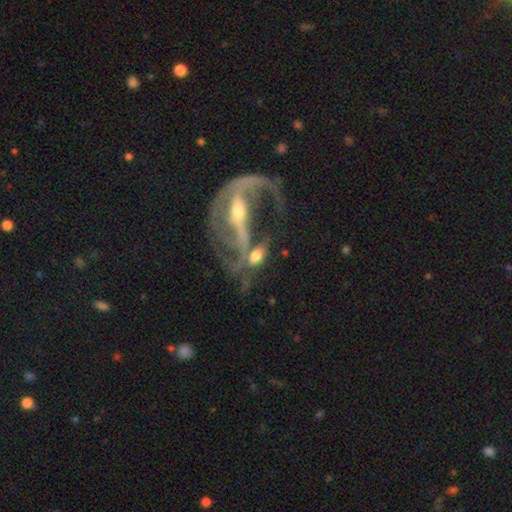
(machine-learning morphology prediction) Overall: featured or disk (57%; smooth 32%). Edge-on disk: no (77%). Merging: merger (34%; none 33%).